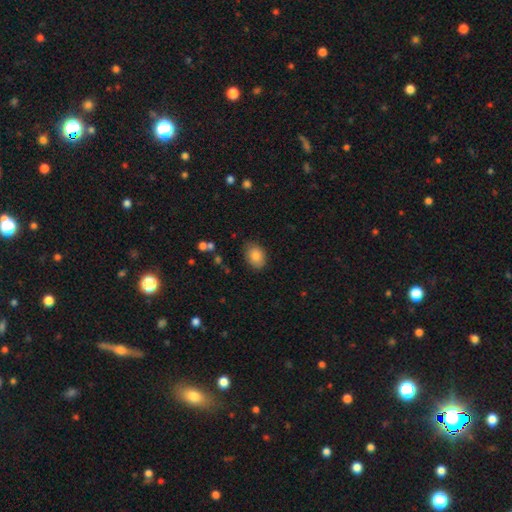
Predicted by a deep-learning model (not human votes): Smooth or featured? smooth (84%)
How rounded? in between (75%)
Merging? none (81%)